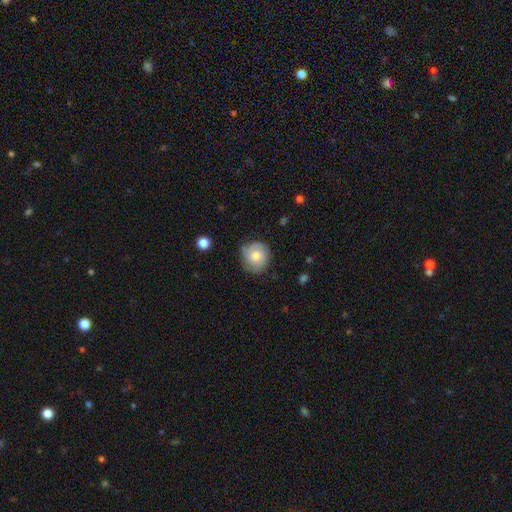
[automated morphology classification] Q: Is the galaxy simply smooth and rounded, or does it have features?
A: smooth — 70%.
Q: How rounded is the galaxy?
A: round — 88%.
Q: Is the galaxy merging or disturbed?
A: none — 72%.